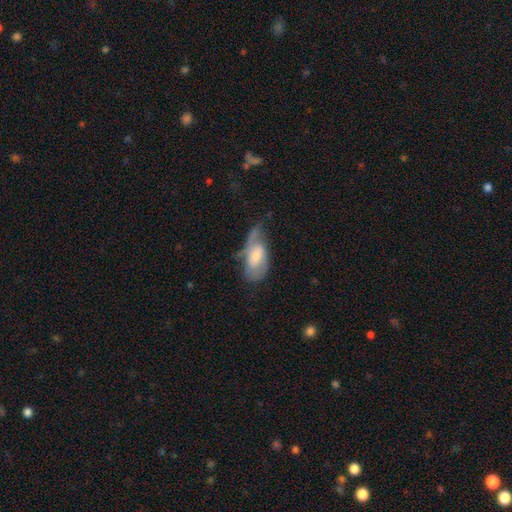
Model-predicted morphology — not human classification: smooth-or-featured: featured or disk: 50% | smooth: 43% | star or artifact: 6%
  disk-edge-on: no: 90% | yes: 10%
  merging: none: 35% (tied) | minor disturbance: 35% (tied) | major disturbance: 26% | merger: 4%